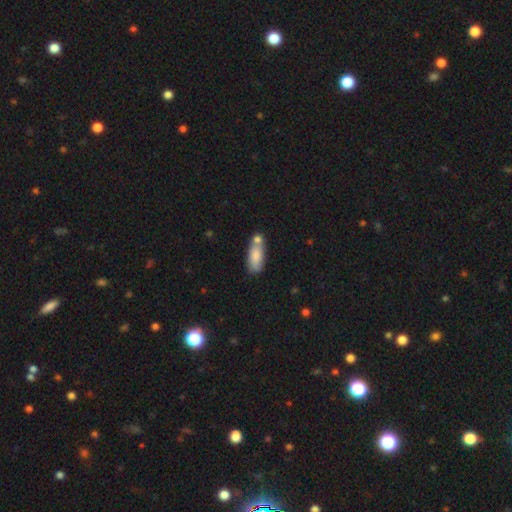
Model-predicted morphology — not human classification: Smooth or featured? smooth (79%)
How rounded? in between (78%)
Merging? none (43%)